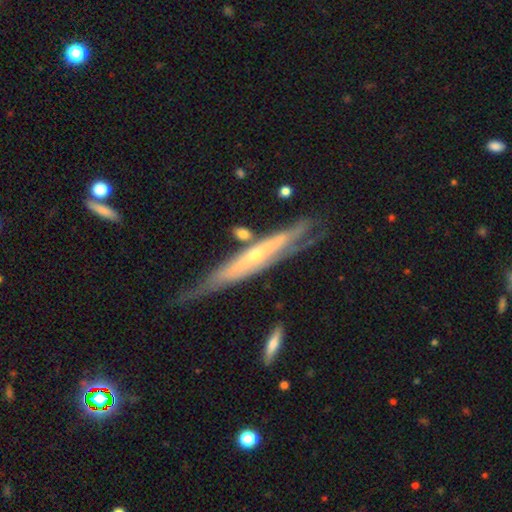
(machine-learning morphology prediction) A featured or disk galaxy (80%) viewed edge-on (71%) with a rounded central bulge (66%).

Vote fractions:
- Smooth or featured? featured or disk: 80% / smooth: 14% / star or artifact: 6%
- Edge-on disk? yes: 71% / no: 29%
- Edge-on bulge? rounded: 66% / none: 30% / boxy: 4%
- Merging? none: 65% / minor disturbance: 22% / major disturbance: 8% / merger: 5%